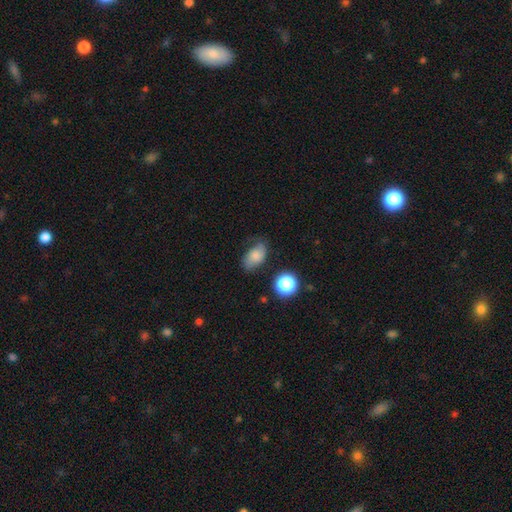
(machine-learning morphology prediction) A smooth galaxy with no disk features (67%) that is in between round and cigar-shaped (86%). Merging: none (60%).